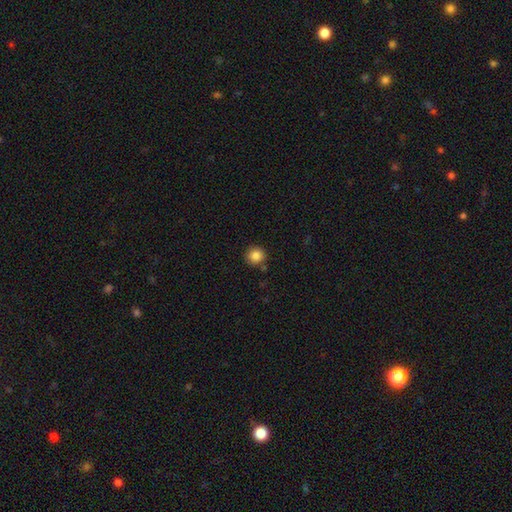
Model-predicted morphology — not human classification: type=smooth (85%); roundness=round (94%); merging=none (85%).